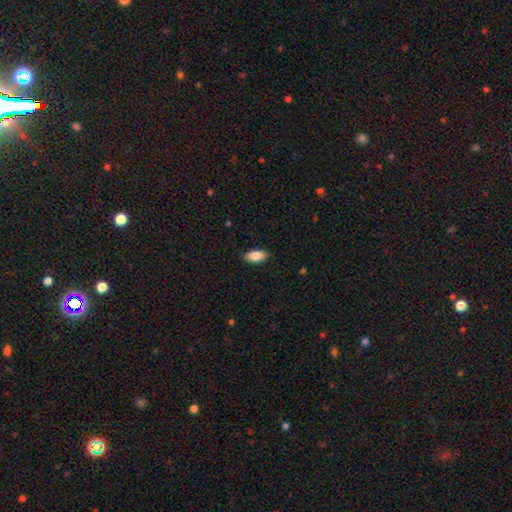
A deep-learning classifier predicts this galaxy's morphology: Smooth or featured?
  - smooth: 83% *
  - featured or disk: 10%
  - star or artifact: 6%
How rounded?
  - in between: 88% *
  - cigar-shaped: 10%
  - round: 3%
Merging?
  - none: 87% *
  - minor disturbance: 10%
  - major disturbance: 2%
  - merger: 1%